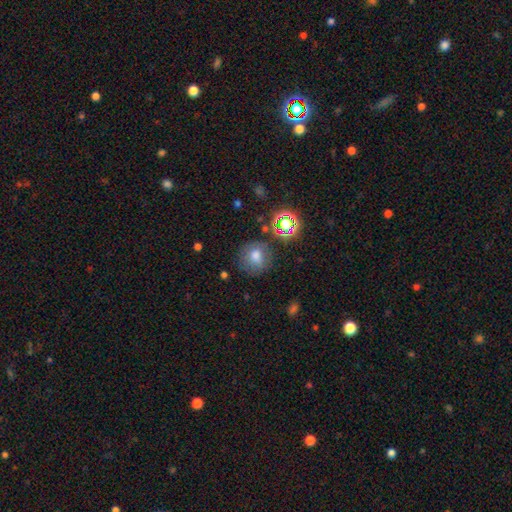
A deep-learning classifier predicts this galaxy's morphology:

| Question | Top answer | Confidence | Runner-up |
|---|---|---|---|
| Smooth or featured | smooth | 69% | star or artifact (18%) |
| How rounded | round | 87% | in between (12%) |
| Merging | none | 74% | minor disturbance (15%) |